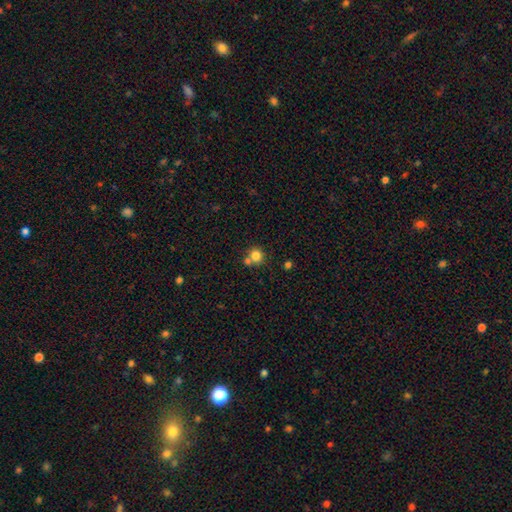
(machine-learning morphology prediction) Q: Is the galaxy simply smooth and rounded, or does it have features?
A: smooth — 81%.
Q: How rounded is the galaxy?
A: round — 86%.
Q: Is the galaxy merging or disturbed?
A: none — 56%.